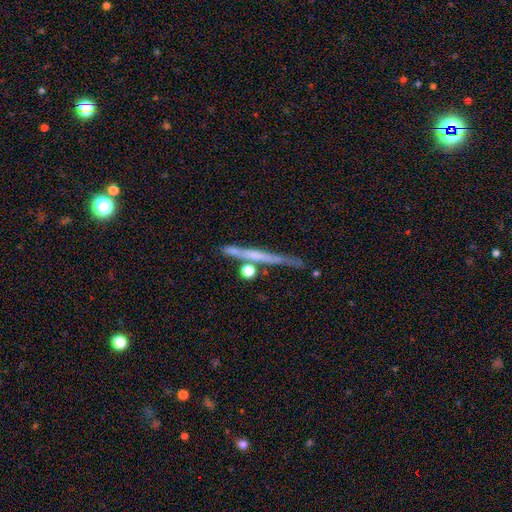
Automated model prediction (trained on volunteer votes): Morphology: type=featured or disk (53%); edge-on=yes (92%); merging=none (68%).